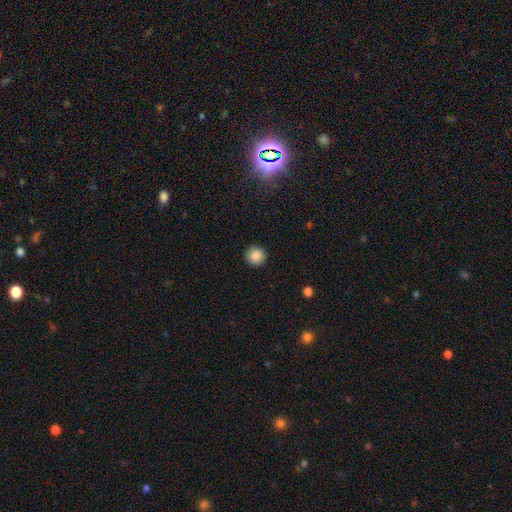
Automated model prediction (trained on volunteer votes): Smooth or featured? Predicted: smooth (p=0.87). How rounded? Predicted: round (p=0.95). Merging? Predicted: none (p=0.93).